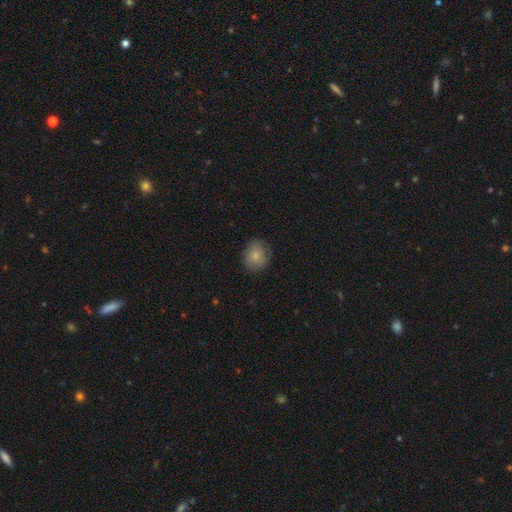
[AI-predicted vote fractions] smooth 84%, star or artifact 8%, featured or disk 8%. Down the decision tree: how rounded — round (77%); merging — none (83%).